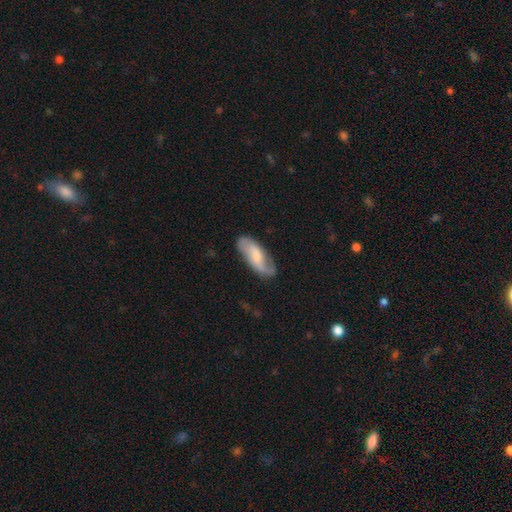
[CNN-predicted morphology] smooth-or-featured: featured or disk: 55% | smooth: 39% | star or artifact: 6%
  disk-edge-on: no: 91% | yes: 9%
    bar: weak: 45% | no: 37% | strong: 18%
    has-spiral-arms: yes: 87% | no: 13%
    bulge-size: small: 38% (tied) | moderate: 38% (tied) | none: 14% | large: 8% | dominant: 2%
  merging: none: 72% | minor disturbance: 20% | major disturbance: 6% | merger: 2%